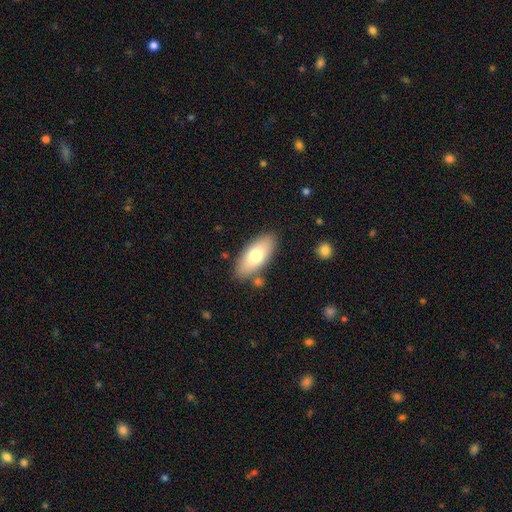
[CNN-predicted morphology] smooth_or_featured: smooth (p=0.73) [alt: featured or disk p=0.21]
how_rounded: in between (p=0.87) [alt: cigar-shaped p=0.10]
merging: none (p=0.82) [alt: minor disturbance p=0.11]